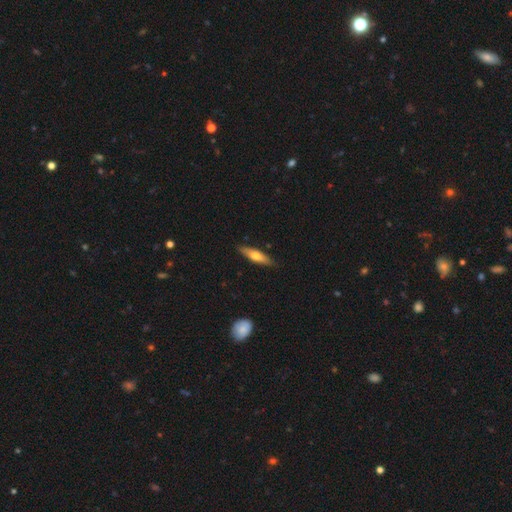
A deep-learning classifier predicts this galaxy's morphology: smooth-or-featured: smooth: 57% | featured or disk: 38% | star or artifact: 6%
  how-rounded: cigar-shaped: 70% | in between: 28% | round: 2%
  merging: none: 86% | minor disturbance: 11% | major disturbance: 2% | merger: 1%